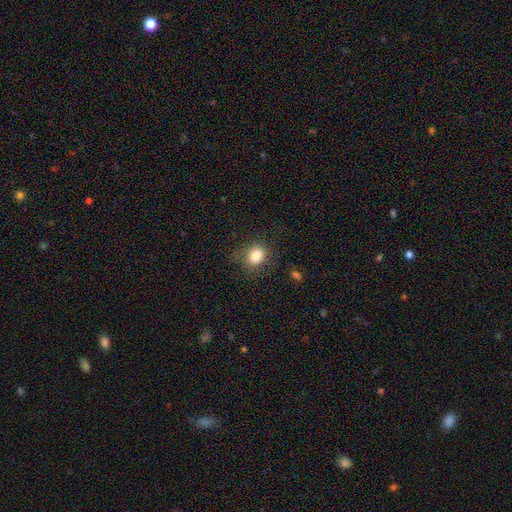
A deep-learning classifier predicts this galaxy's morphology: A smooth galaxy with no disk features (83%) that is round (55%).

Vote fractions:
- Smooth or featured? smooth: 83% / star or artifact: 10% / featured or disk: 7%
- How rounded? round: 55% / in between: 44% / cigar-shaped: 1%
- Merging? none: 71% / minor disturbance: 20% / major disturbance: 8% / merger: 2%